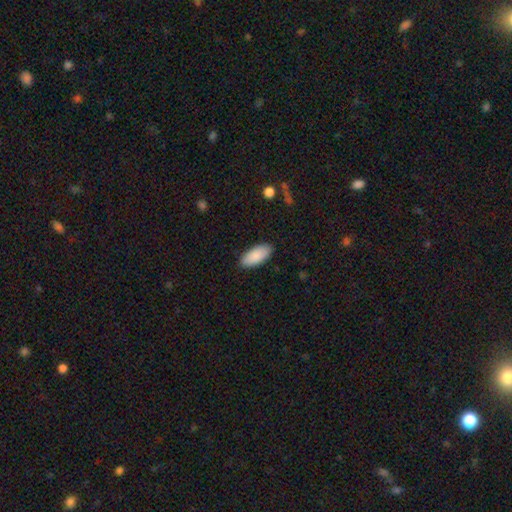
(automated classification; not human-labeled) Smooth or featured? smooth (89%)
How rounded? in between (90%)
Merging? none (89%)